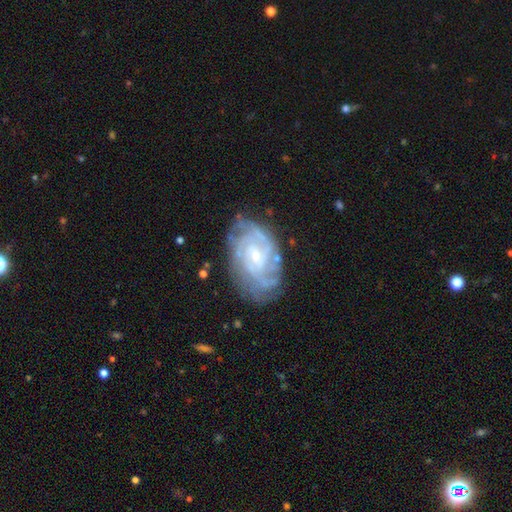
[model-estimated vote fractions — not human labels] The model was most divided on "spiral arm count": can't tell: 32%, 2: 20%, 3: 19%, 4: 17%, more than 4: 7%, 1: 5%. More confident: edge-on disk — no (97%); spiral arms — yes (96%); smooth or featured — featured or disk (87%); merging — none (73%); bulge size — small (72%); spiral winding — tight (70%); bar — no (55%).